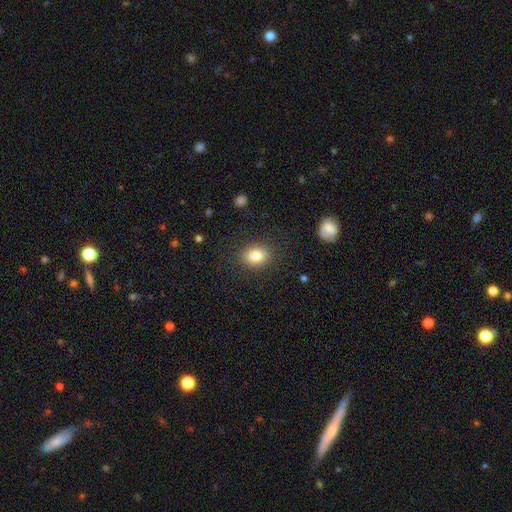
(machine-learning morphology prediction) smooth_or_featured: smooth (p=0.82) [alt: star or artifact p=0.10]
how_rounded: in between (p=0.50) [alt: round p=0.49]
merging: none (p=0.87) [alt: minor disturbance p=0.09]